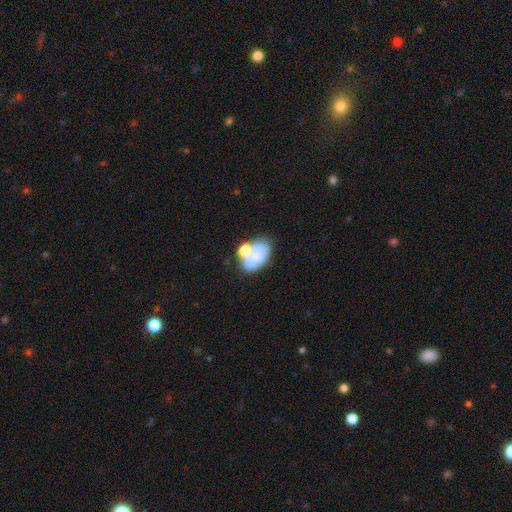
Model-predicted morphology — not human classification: Smooth or featured? smooth (49%)
Merging? none (37%)